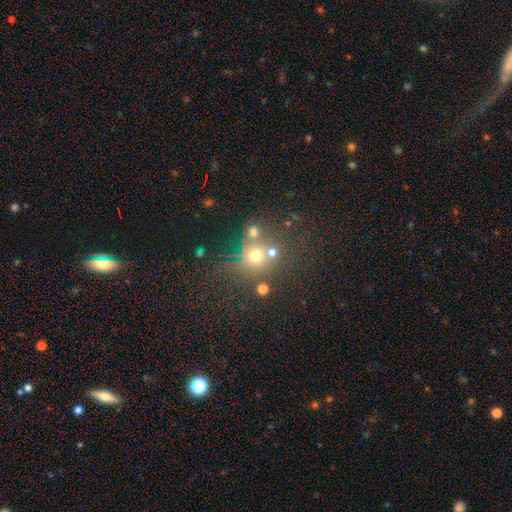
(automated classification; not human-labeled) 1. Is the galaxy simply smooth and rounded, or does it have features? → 61% smooth, 24% star or artifact, 15% featured or disk.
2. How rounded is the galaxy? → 83% round, 16% in between, 1% cigar-shaped.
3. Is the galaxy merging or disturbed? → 58% none, 24% merger, 11% minor disturbance, 7% major disturbance.